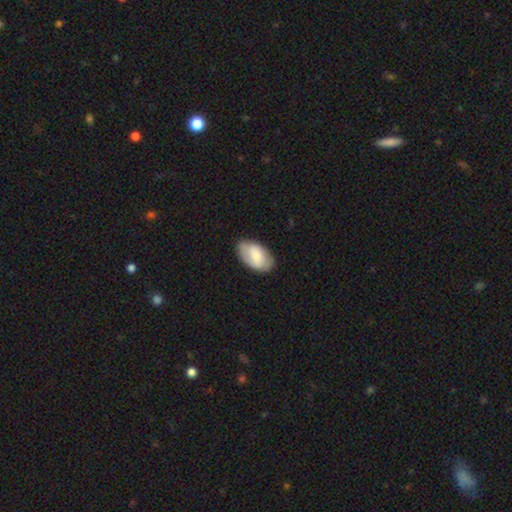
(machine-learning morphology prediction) type=smooth (75%); roundness=in between (95%); merging=none (76%).